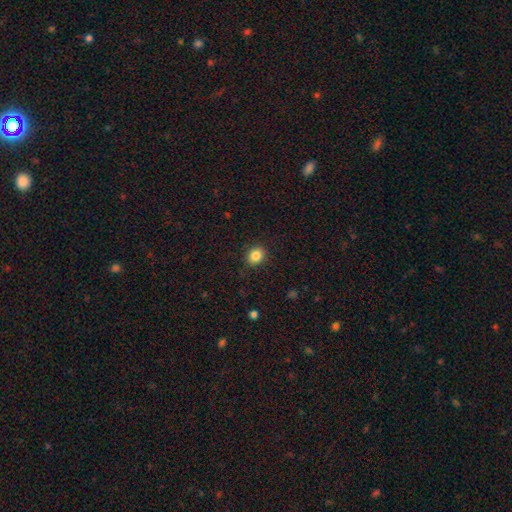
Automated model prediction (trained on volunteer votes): smooth-or-featured: smooth: 85% | star or artifact: 10% | featured or disk: 5%
  how-rounded: round: 58% | in between: 41% | cigar-shaped: 1%
  merging: none: 88% | minor disturbance: 9% | major disturbance: 2% | merger: 1%